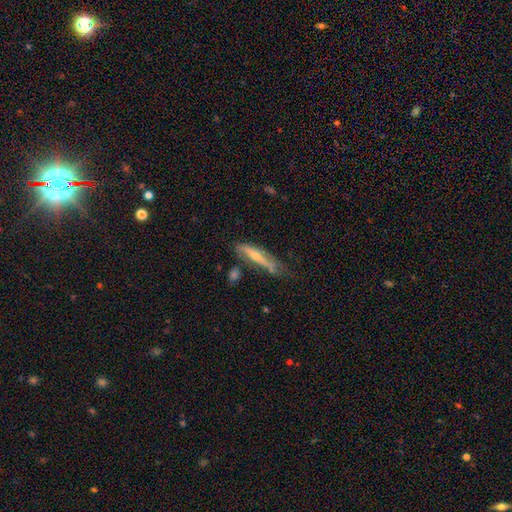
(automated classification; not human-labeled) Smooth or featured? Predicted: featured or disk (p=0.57). Edge-on disk? Predicted: yes (p=0.76). Merging? Predicted: none (p=0.51).